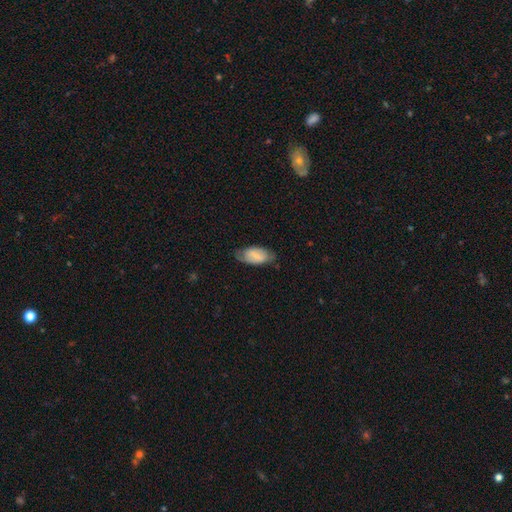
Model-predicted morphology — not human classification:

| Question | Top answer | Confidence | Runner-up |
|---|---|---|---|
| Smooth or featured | smooth | 61% | featured or disk (32%) |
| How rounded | in between | 93% | cigar-shaped (4%) |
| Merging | none | 69% | minor disturbance (23%) |